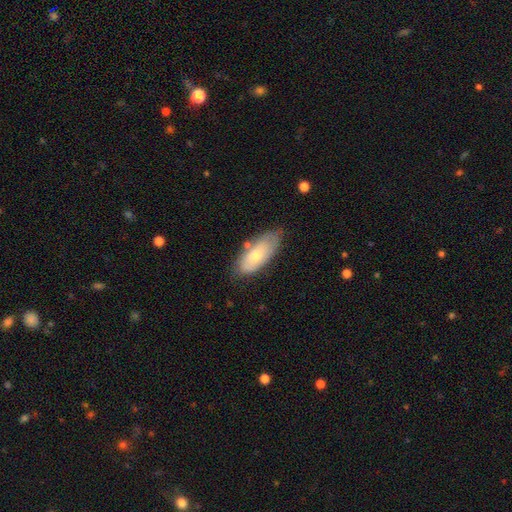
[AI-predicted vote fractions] smooth_or_featured: smooth (p=0.61) [alt: featured or disk p=0.33]
how_rounded: in between (p=0.85) [alt: cigar-shaped p=0.13]
merging: none (p=0.68) [alt: minor disturbance p=0.23]